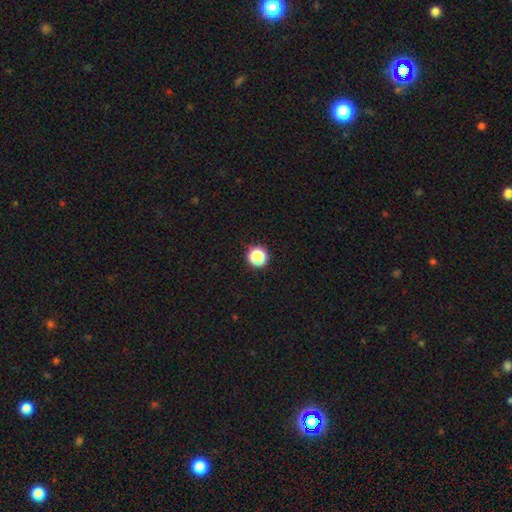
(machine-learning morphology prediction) Overall: smooth (66%; star or artifact 28%). How rounded: round (91%). Merging: none (86%).